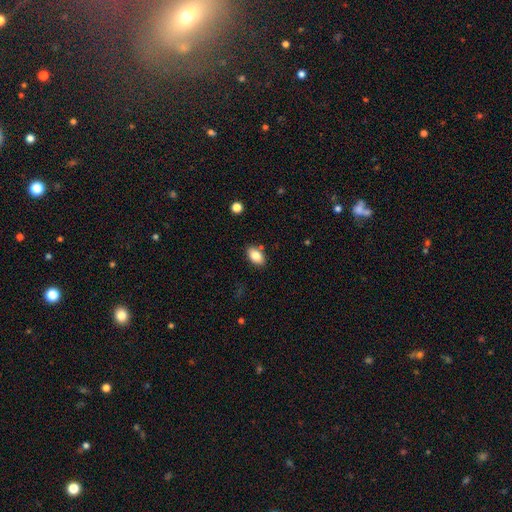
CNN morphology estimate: The model was most divided on "merging": none: 83%, minor disturbance: 11%, merger: 4%, major disturbance: 2%. More confident: how rounded — in between (91%); smooth or featured — smooth (84%).